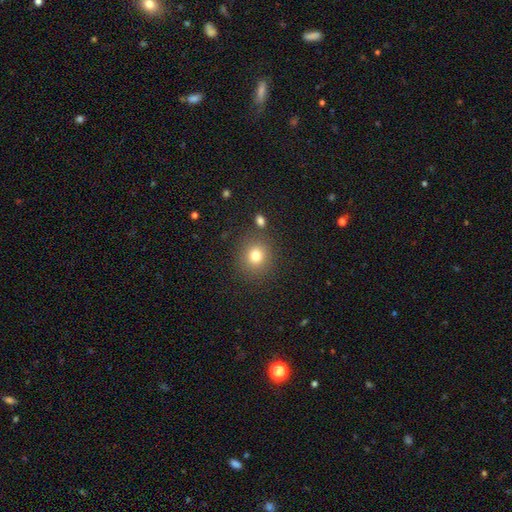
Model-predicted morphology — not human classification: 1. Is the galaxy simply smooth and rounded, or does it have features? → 78% smooth, 13% star or artifact, 8% featured or disk.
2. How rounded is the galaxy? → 85% round, 14% in between, 1% cigar-shaped.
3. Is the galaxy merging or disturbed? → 83% none, 9% minor disturbance, 5% merger, 3% major disturbance.